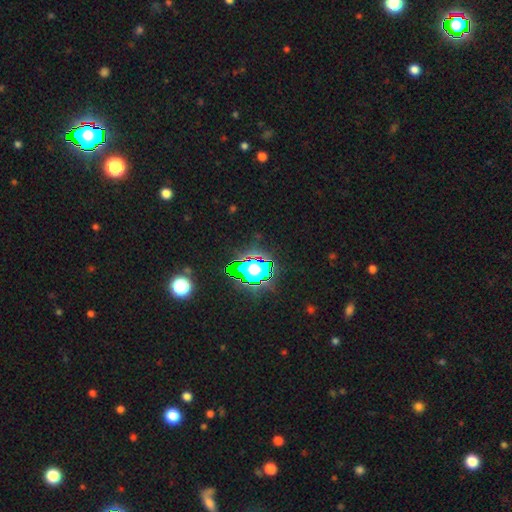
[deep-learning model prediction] A star or artifact, not a galaxy (74%).